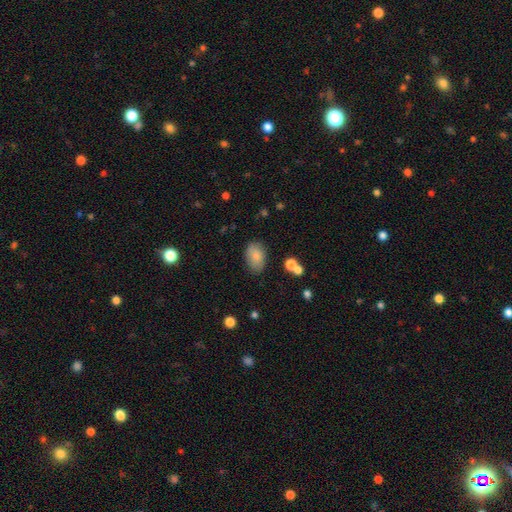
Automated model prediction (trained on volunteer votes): A smooth galaxy with no disk features (83%) that is in between round and cigar-shaped (88%). Merging: none (79%).